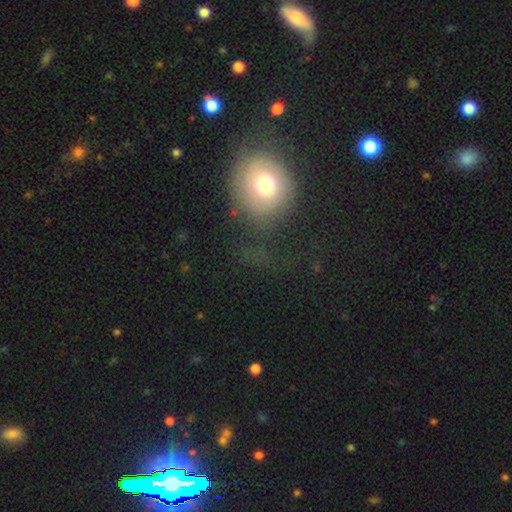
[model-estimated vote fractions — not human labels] Smooth or featured? smooth (60%)
How rounded? round (80%)
Merging? none (58%)